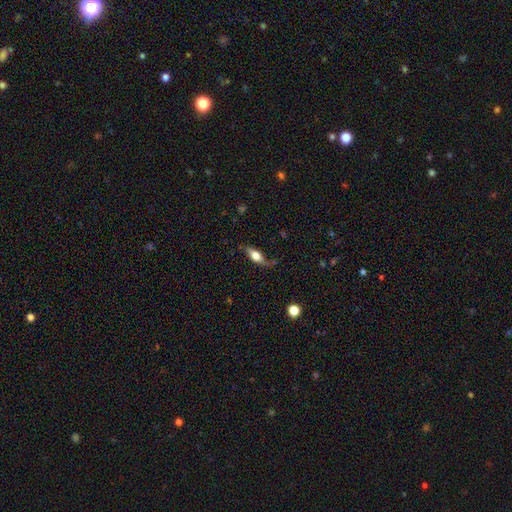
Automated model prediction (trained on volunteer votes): A smooth galaxy with no disk features (54%) that is in between round and cigar-shaped (64%). Merging: none (63%).